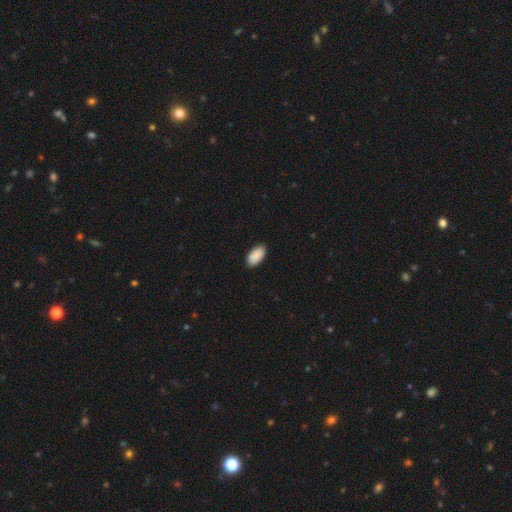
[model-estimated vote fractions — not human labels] This is clearly a smooth galaxy (91%). How rounded: clearly in between (95%). Merging: clearly none (88%).